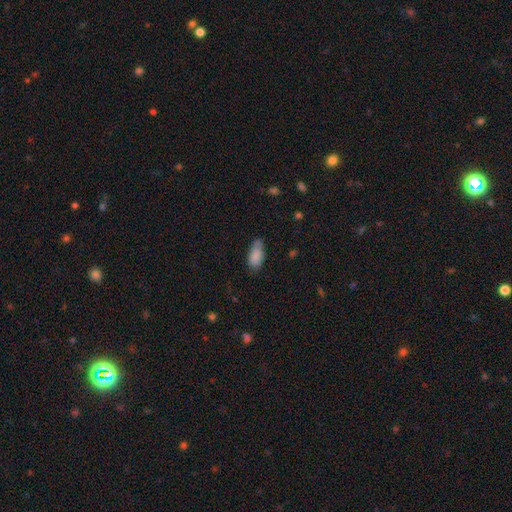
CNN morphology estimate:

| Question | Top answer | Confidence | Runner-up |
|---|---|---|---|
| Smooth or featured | smooth | 86% | star or artifact (7%) |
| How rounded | in between | 88% | cigar-shaped (9%) |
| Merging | none | 65% | minor disturbance (28%) |